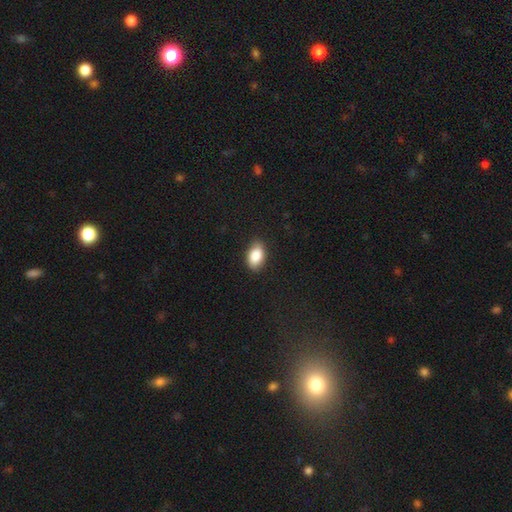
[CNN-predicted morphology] smooth_or_featured: smooth (p=0.86) [alt: star or artifact p=0.07]
how_rounded: in between (p=0.90) [alt: round p=0.08]
merging: none (p=0.87) [alt: minor disturbance p=0.10]